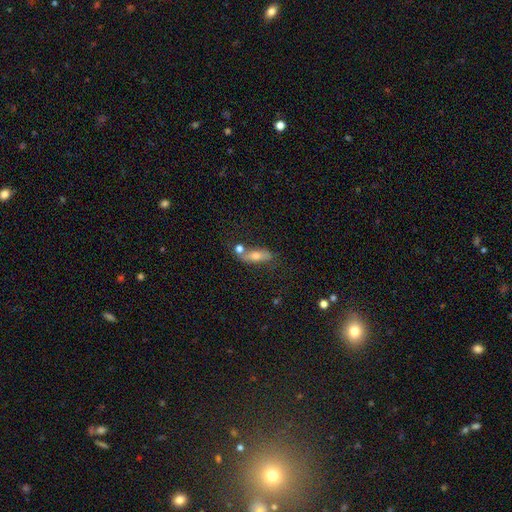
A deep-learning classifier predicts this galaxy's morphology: A smooth galaxy with no disk features (55%) that is in between round and cigar-shaped (57%).

Vote fractions:
- Smooth or featured? smooth: 55% / featured or disk: 34% / star or artifact: 10%
- How rounded? in between: 57% / cigar-shaped: 38% / round: 5%
- Merging? none: 52% / merger: 23% / minor disturbance: 17% / major disturbance: 9%